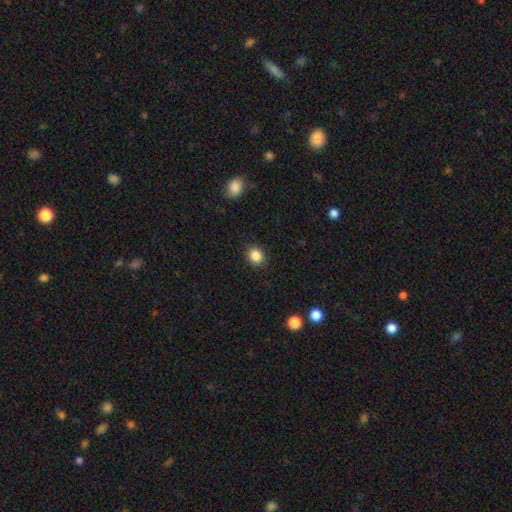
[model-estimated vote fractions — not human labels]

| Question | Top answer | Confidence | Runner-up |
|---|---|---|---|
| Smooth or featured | smooth | 87% | star or artifact (10%) |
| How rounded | round | 67% | in between (32%) |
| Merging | none | 90% | minor disturbance (7%) |